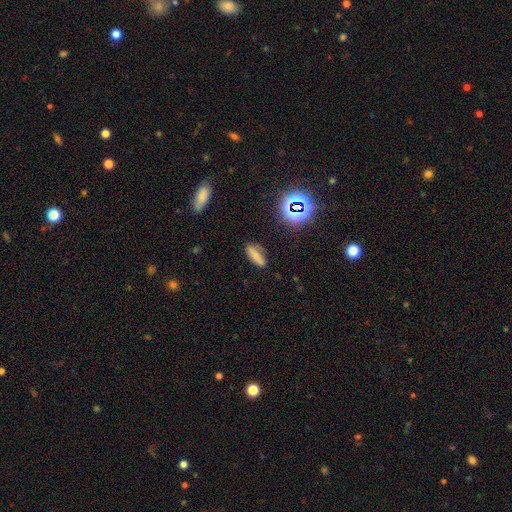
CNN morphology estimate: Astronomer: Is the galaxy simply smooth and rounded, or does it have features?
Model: smooth — 71%.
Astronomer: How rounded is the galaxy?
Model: in between — 57% (runner-up: cigar-shaped, 38%).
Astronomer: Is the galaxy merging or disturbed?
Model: none — 79%.